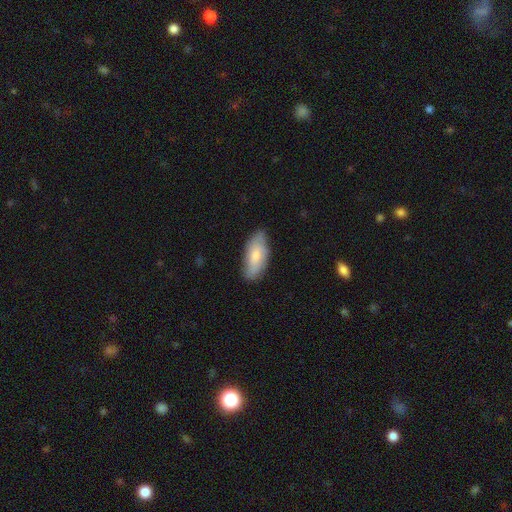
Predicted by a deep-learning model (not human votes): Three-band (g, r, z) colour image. It shows a smooth galaxy with no disk features (67%) that is in between round and cigar-shaped (87%). Merging: none (74%).